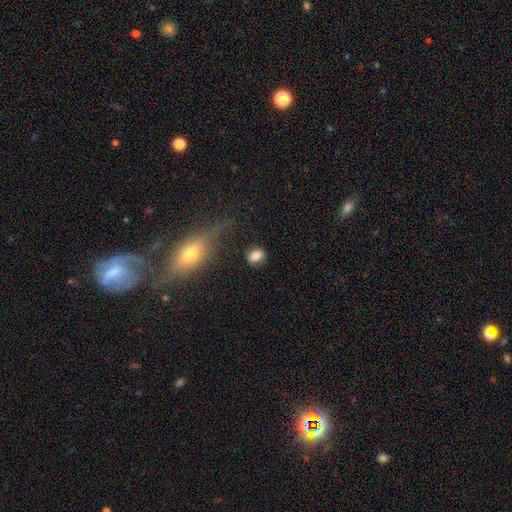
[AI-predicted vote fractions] smooth_or_featured: smooth (p=0.82) [alt: star or artifact p=0.10]
how_rounded: in between (p=0.52) [alt: round p=0.45]
merging: none (p=0.78) [alt: minor disturbance p=0.12]